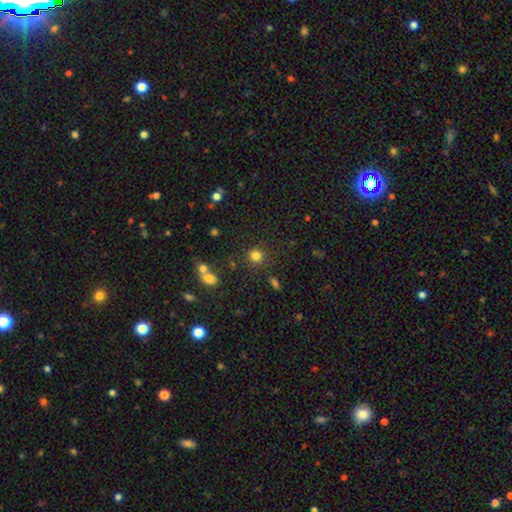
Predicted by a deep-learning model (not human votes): This is likely a smooth galaxy (80%). How rounded: clearly round (90%). Merging: clearly none (83%).